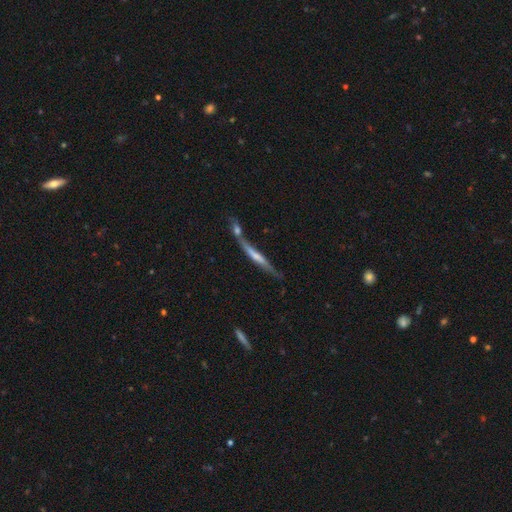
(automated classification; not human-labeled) This is possibly a featured or disk galaxy (58%). It is clearly viewed edge-on (89%). Edge-on bulge: marginally none (42%). Merging: marginally merger (40%, tied with none).